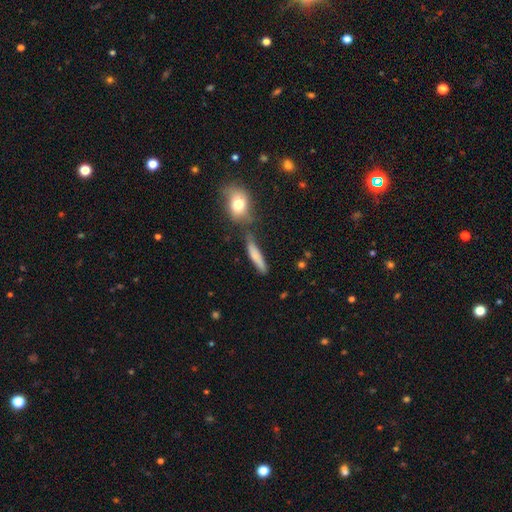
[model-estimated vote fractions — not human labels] Smooth or featured? smooth (72%)
How rounded? cigar-shaped (80%)
Merging? none (63%)